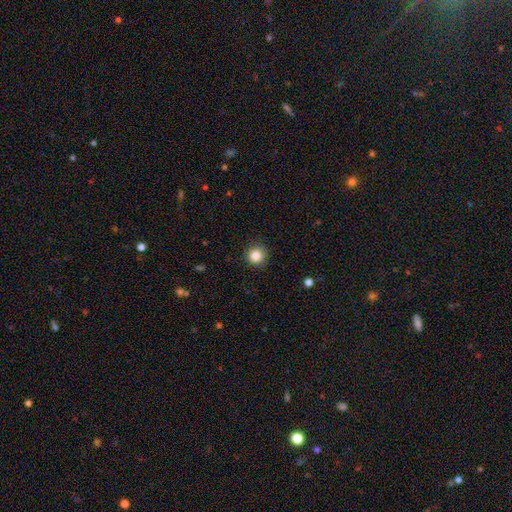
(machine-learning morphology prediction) This appears to be a smooth galaxy with no disk features (86%) that is round (94%). Merging: none (89%).